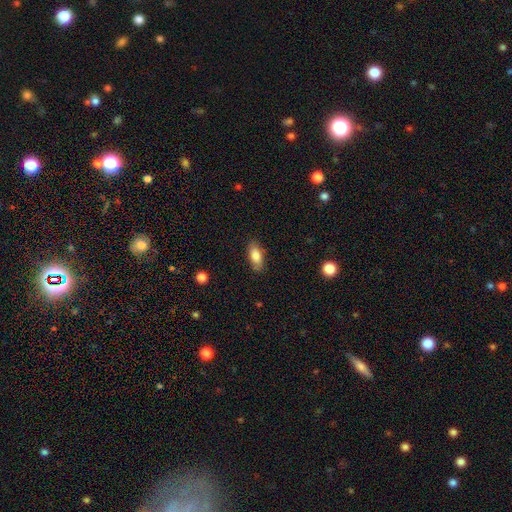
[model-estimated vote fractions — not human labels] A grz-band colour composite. It shows a smooth galaxy with no disk features (82%) that is in between round and cigar-shaped (85%). Merging: none (84%).